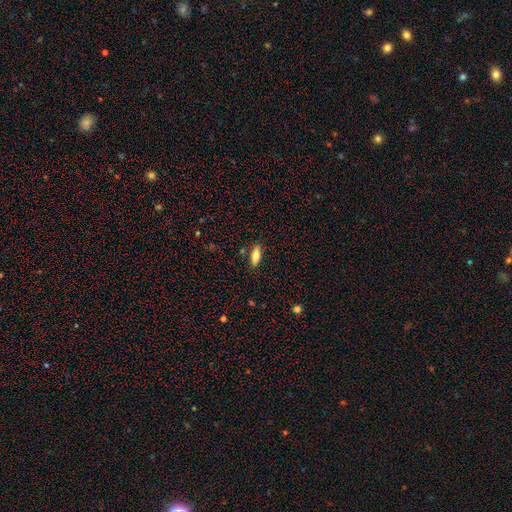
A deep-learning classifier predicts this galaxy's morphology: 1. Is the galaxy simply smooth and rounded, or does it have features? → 73% smooth, 20% featured or disk, 7% star or artifact.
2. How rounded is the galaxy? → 67% in between, 31% cigar-shaped, 2% round.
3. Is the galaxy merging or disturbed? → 86% none, 10% minor disturbance, 2% merger, 2% major disturbance.